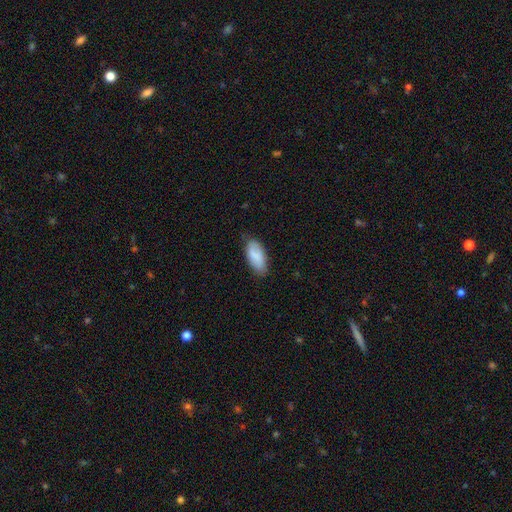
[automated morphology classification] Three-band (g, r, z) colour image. It shows a smooth galaxy with no disk features (82%) that is in between round and cigar-shaped (90%). Merging: none (75%).